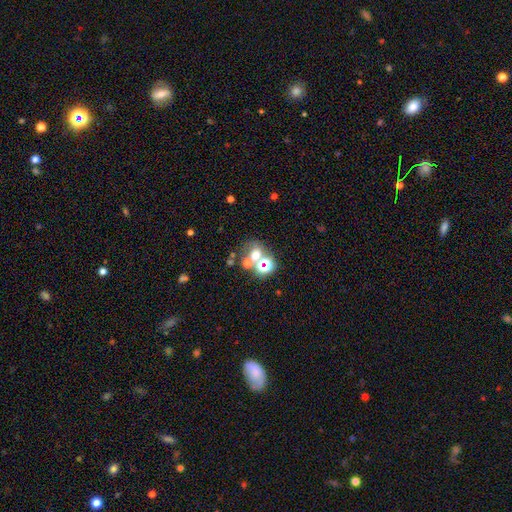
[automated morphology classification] The model was most divided on "merging": none: 46%, merger: 39%, minor disturbance: 8%, major disturbance: 7%. Remaining: smooth or featured — smooth (48%).